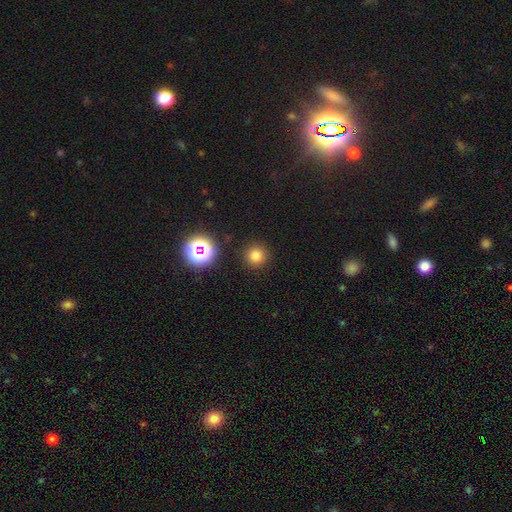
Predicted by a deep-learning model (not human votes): Overall: smooth (77%). How rounded: round (95%). Merging: none (90%).